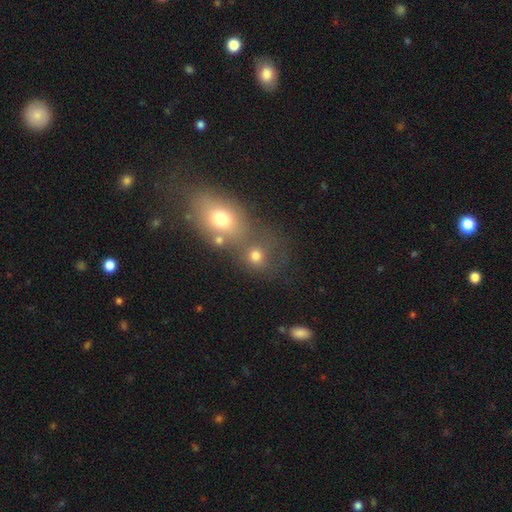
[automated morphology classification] smooth_or_featured: smooth (p=0.71) [alt: star or artifact p=0.16]
how_rounded: round (p=0.71) [alt: in between p=0.28]
merging: merger (p=0.46) [alt: none p=0.39]